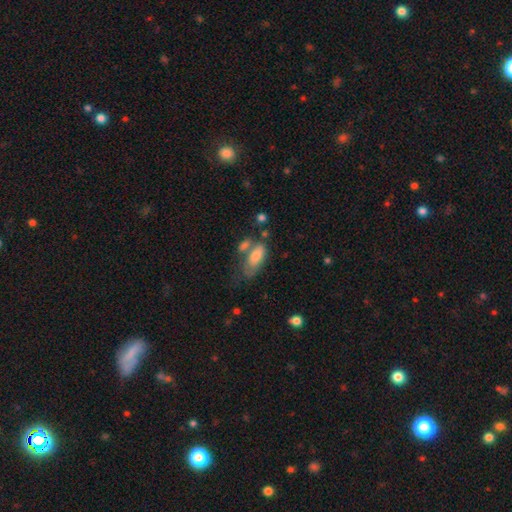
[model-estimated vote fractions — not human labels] Smooth or featured? Predicted: smooth (p=0.72). How rounded? Predicted: in between (p=0.85). Merging? Predicted: none (p=0.35).